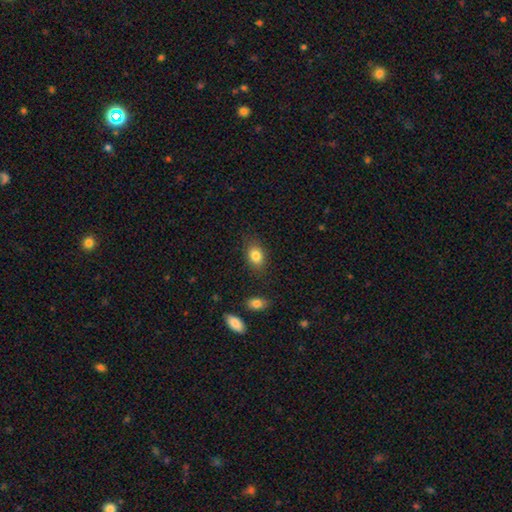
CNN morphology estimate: Smooth or featured? Predicted: smooth (p=0.84). How rounded? Predicted: in between (p=0.78). Merging? Predicted: none (p=0.82).